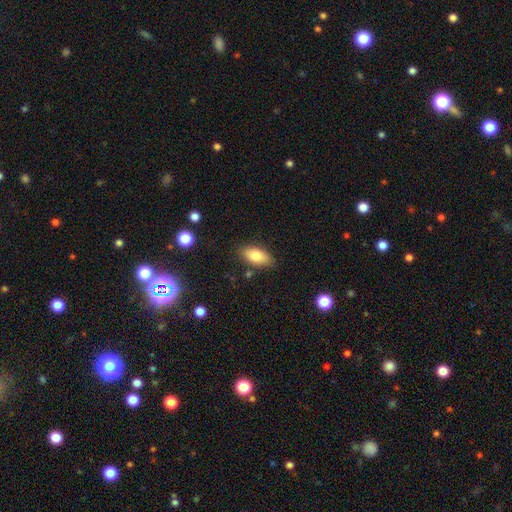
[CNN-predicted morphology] type=smooth (79%); roundness=in between (88%); merging=none (81%).